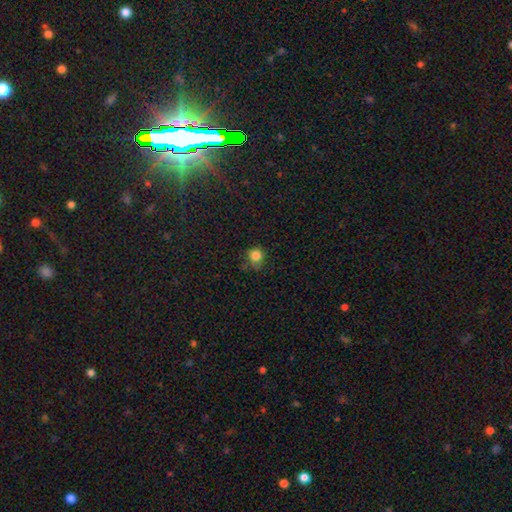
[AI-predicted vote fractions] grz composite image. It shows a smooth galaxy with no disk features (82%) that is round (87%). Merging: none (66%).